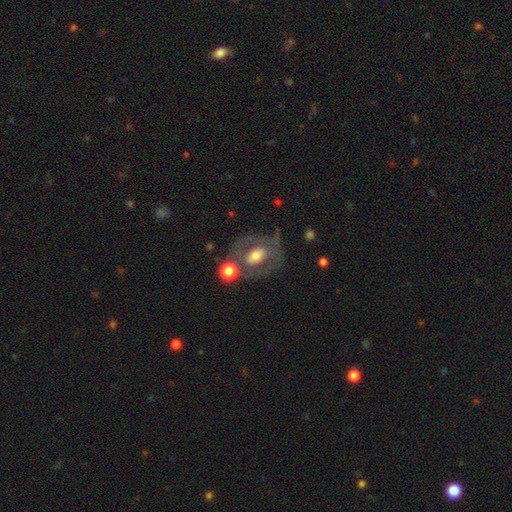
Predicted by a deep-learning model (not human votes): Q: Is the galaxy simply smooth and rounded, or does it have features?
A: featured or disk — 54%.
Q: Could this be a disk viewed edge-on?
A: no — 94%.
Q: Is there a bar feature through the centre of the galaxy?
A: no — 63%.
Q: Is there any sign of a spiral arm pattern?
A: no — 71%.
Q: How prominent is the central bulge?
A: moderate — 61%.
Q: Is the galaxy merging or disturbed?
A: none — 57%.